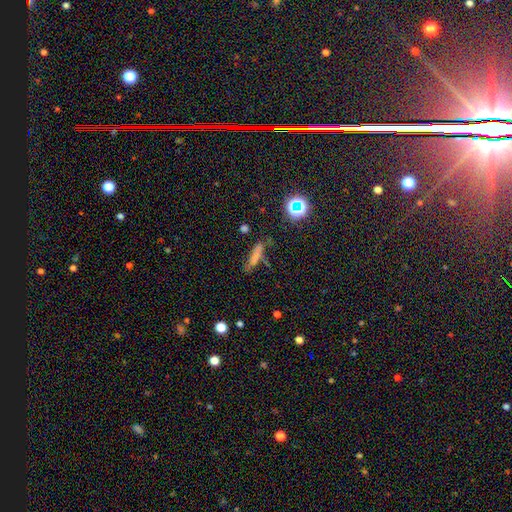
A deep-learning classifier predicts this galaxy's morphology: A smooth galaxy with no disk features (63%) that is cigar-shaped (70%). Merging: none (56%).